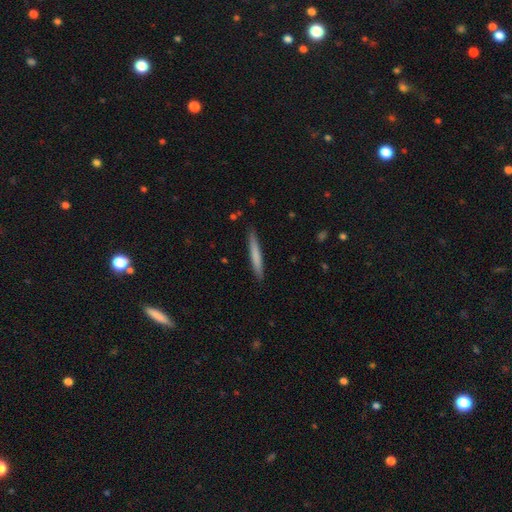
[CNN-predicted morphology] smooth_or_featured: smooth (p=0.71) [alt: featured or disk p=0.24]
how_rounded: cigar-shaped (p=0.96) [alt: in between p=0.03]
merging: none (p=0.89) [alt: minor disturbance p=0.09]